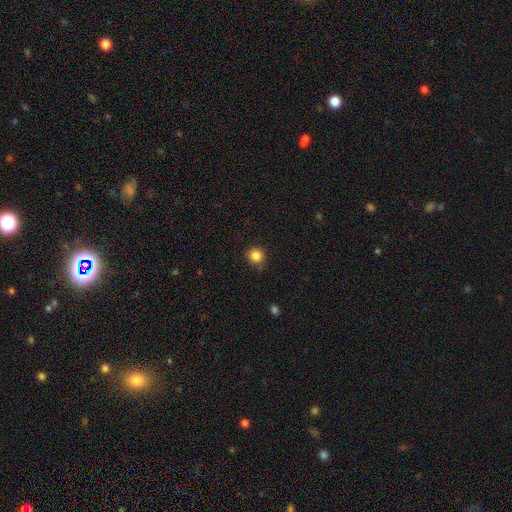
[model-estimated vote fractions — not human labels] smooth 85%, star or artifact 11%, featured or disk 4%. Down the decision tree: how rounded — round (89%); merging — none (82%).